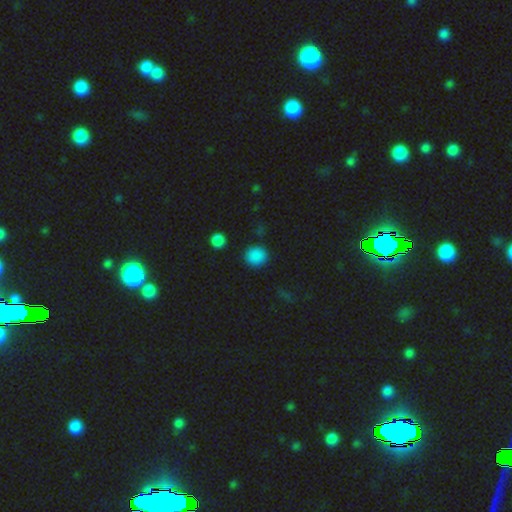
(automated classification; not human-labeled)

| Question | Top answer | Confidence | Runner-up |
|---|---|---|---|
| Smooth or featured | smooth | 85% | star or artifact (12%) |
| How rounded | round | 87% | in between (12%) |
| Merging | none | 88% | minor disturbance (7%) |